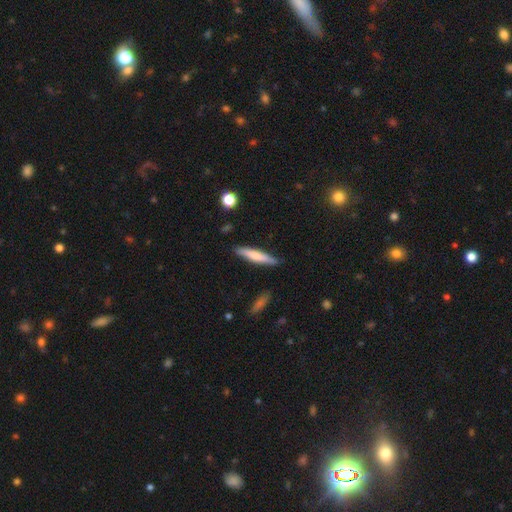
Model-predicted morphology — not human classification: This is likely a smooth galaxy (67%). How rounded: clearly cigar-shaped (89%). Merging: clearly none (84%).